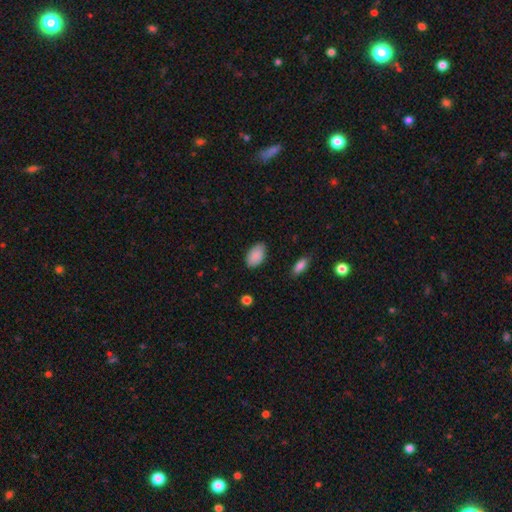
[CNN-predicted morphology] The model was most divided on "merging": none: 82%, minor disturbance: 14%, major disturbance: 3%, merger: 1%. More confident: how rounded — in between (93%); smooth or featured — smooth (89%).